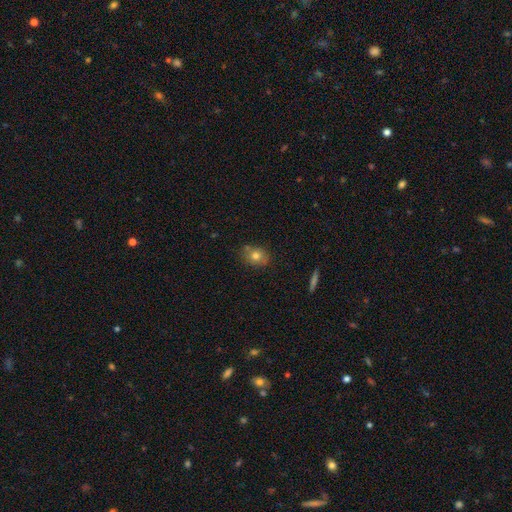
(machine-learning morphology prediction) This appears to be a smooth galaxy with no disk features (75%) that is round (56%). Merging: none (79%).